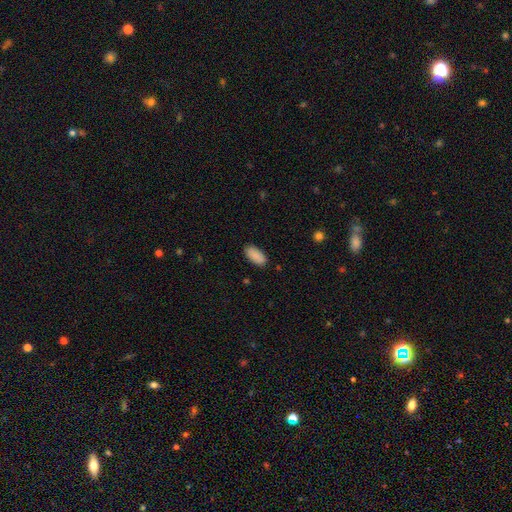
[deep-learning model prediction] smooth_or_featured: smooth (p=0.90) [alt: star or artifact p=0.06]
how_rounded: in between (p=0.92) [alt: cigar-shaped p=0.07]
merging: none (p=0.88) [alt: minor disturbance p=0.09]